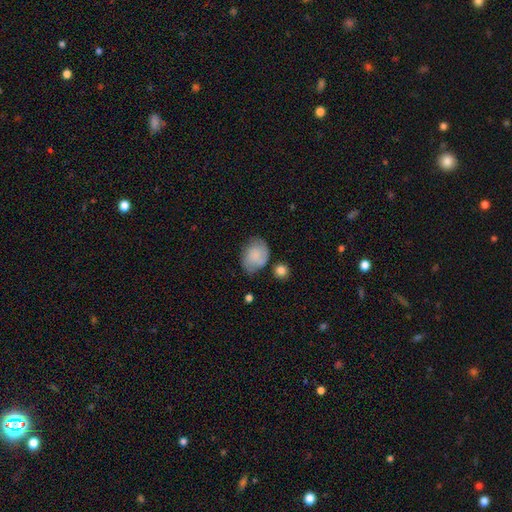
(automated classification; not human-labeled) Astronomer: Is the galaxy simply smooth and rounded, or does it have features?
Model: smooth — 68%.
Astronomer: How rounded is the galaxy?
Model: in between — 65%.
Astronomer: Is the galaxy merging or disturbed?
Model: none — 56%.